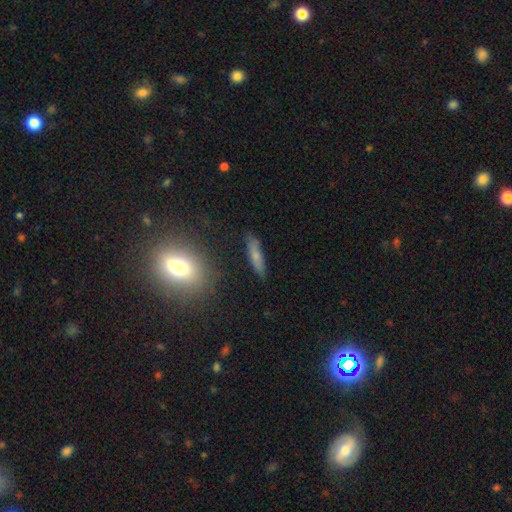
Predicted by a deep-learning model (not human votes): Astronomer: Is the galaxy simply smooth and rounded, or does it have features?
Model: smooth — 65%.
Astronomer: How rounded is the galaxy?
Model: cigar-shaped — 72%.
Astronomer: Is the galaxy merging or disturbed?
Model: none — 83%.